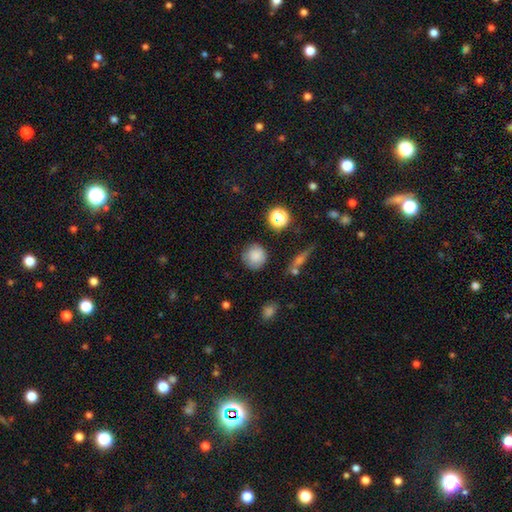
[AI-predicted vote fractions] Overall: smooth (81%). How rounded: round (91%). Merging: none (78%).